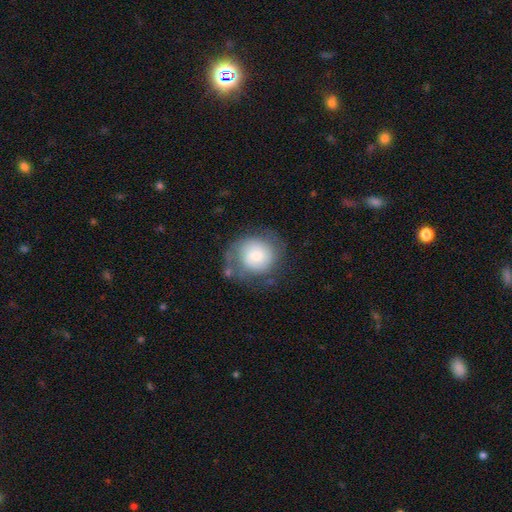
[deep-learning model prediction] Overall: featured or disk (51%; smooth 41%). Edge-on disk: no (98%). Bar: no (73%). Spiral arms: yes (86%). Bulge size: small (44%; moderate 32%). Merging: none (60%; minor disturbance 22%).